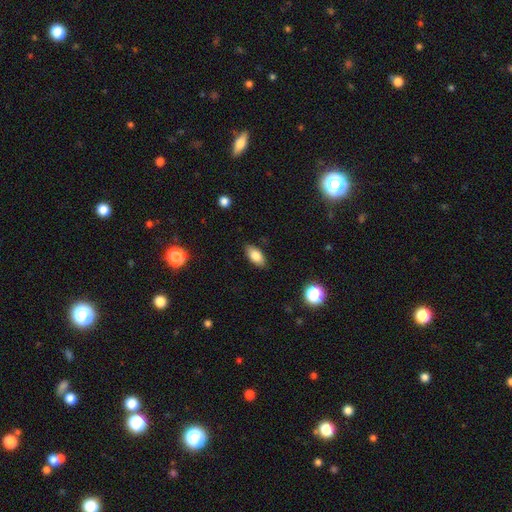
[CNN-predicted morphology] Smooth or featured? Predicted: smooth (p=0.83). How rounded? Predicted: in between (p=0.90). Merging? Predicted: none (p=0.86).